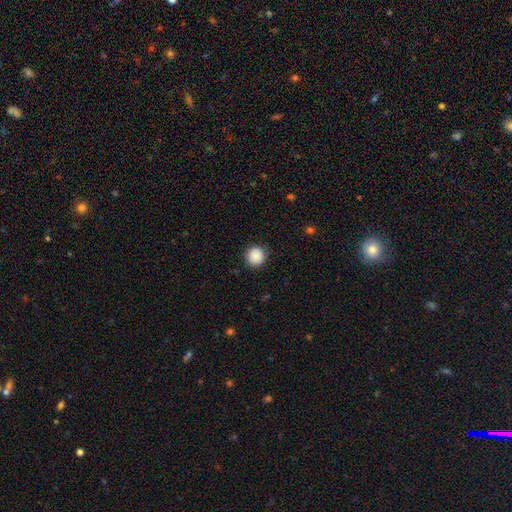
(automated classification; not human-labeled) Overall: smooth (89%). How rounded: round (93%). Merging: none (89%).